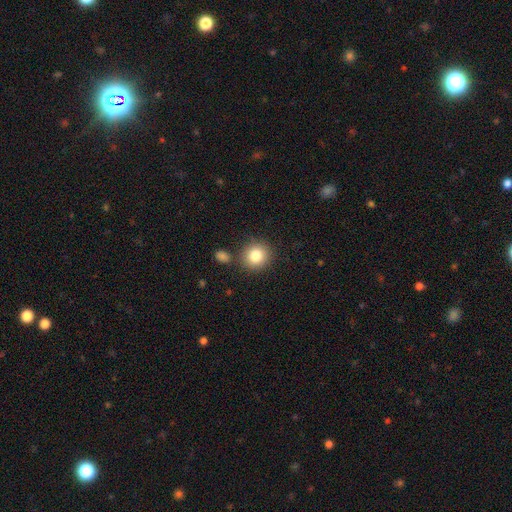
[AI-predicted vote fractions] This is clearly a smooth galaxy (82%). How rounded: clearly round (89%). Merging: clearly none (82%).